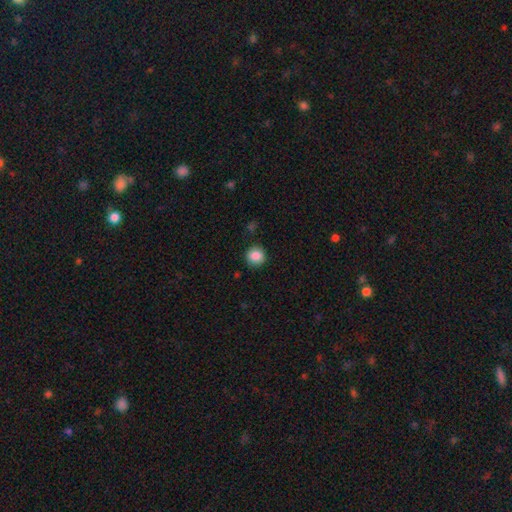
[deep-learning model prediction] Smooth or featured: smooth — 87% (star or artifact — 9%)
How rounded: round — 92% (in between — 7%)
Merging: none — 89% (minor disturbance — 8%)